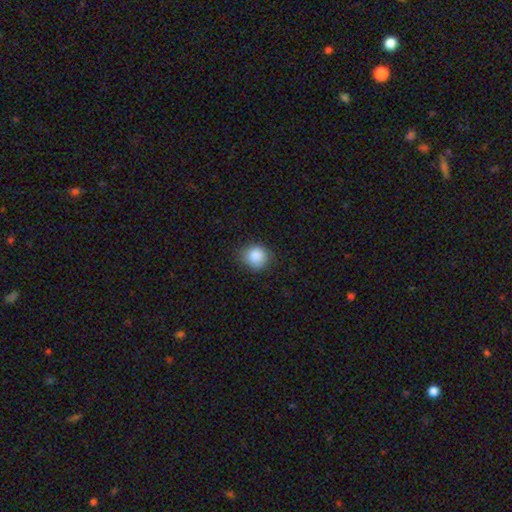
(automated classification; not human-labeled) Smooth or featured? smooth (88%)
How rounded? round (83%)
Merging? none (81%)